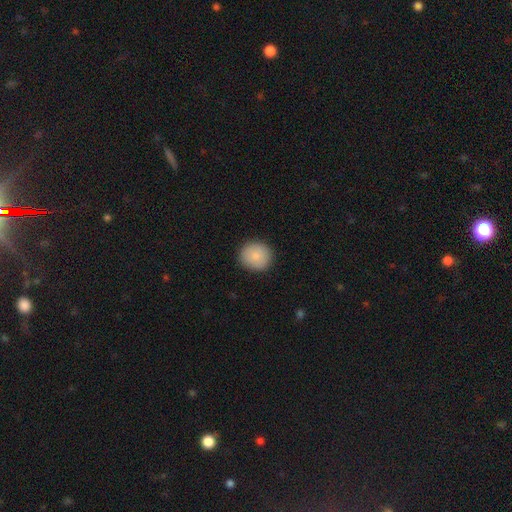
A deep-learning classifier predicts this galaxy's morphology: smooth-or-featured: smooth: 84% | featured or disk: 8% | star or artifact: 8%
  how-rounded: round: 86% | in between: 13% | cigar-shaped: 1%
  merging: none: 89% | minor disturbance: 8% | major disturbance: 2% | merger: 1%